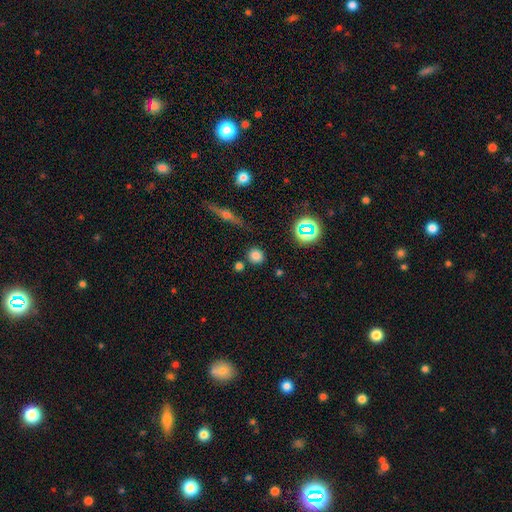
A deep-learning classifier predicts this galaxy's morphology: Smooth or featured? Predicted: smooth (p=0.77). How rounded? Predicted: round (p=0.89). Merging? Predicted: none (p=0.84).